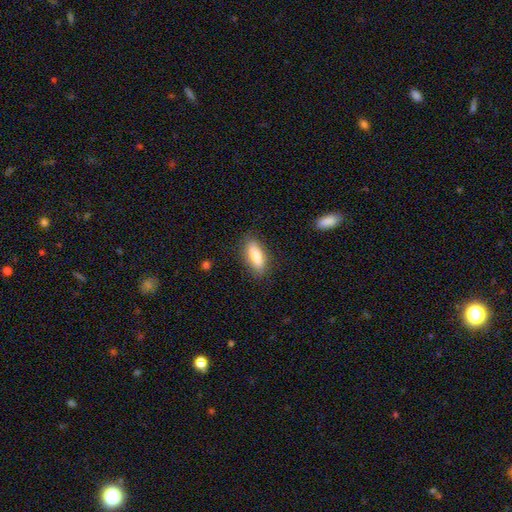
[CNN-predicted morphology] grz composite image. It shows a smooth galaxy with no disk features (81%) that is in between round and cigar-shaped (63%). Merging: none (83%).